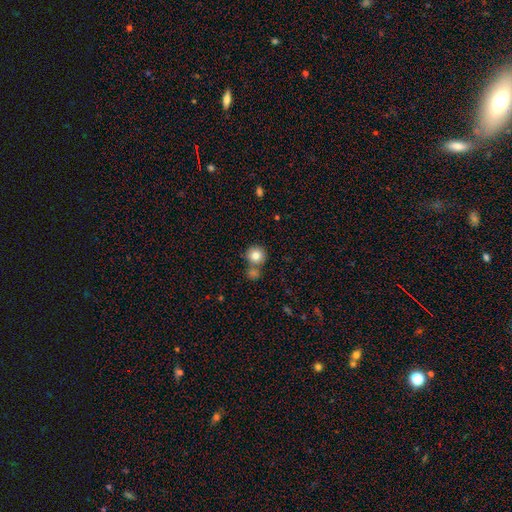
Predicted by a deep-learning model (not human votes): The model was most divided on "merging": none: 65%, merger: 23%, minor disturbance: 9%, major disturbance: 3%. More confident: how rounded — round (92%); smooth or featured — smooth (82%).